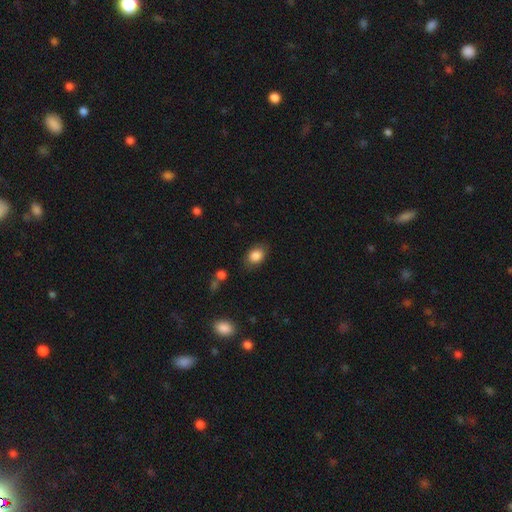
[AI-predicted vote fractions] A smooth galaxy with no disk features (86%) that is in between round and cigar-shaped (71%). Merging: none (80%).